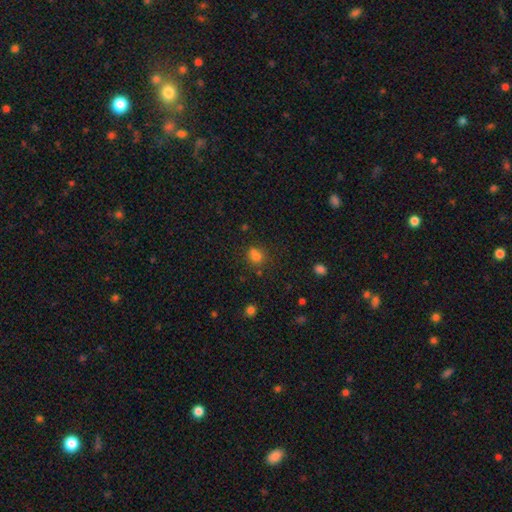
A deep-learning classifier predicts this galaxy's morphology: This appears to be a smooth galaxy with no disk features (74%) that is round (63%). Merging: none (52%).